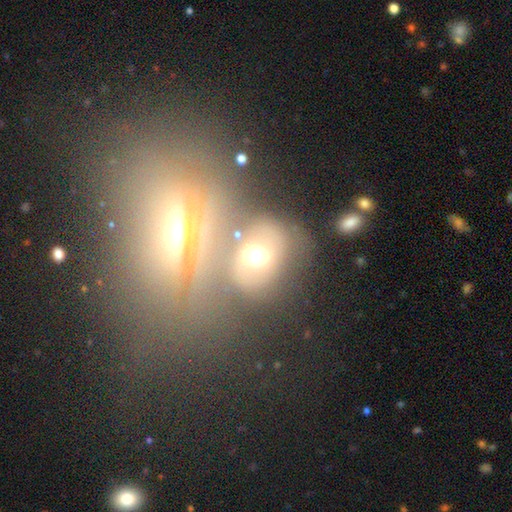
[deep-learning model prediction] The model was most divided on "merging": merger: 42%, none: 35%, minor disturbance: 12%, major disturbance: 11%. Remaining: smooth or featured — smooth (47%).